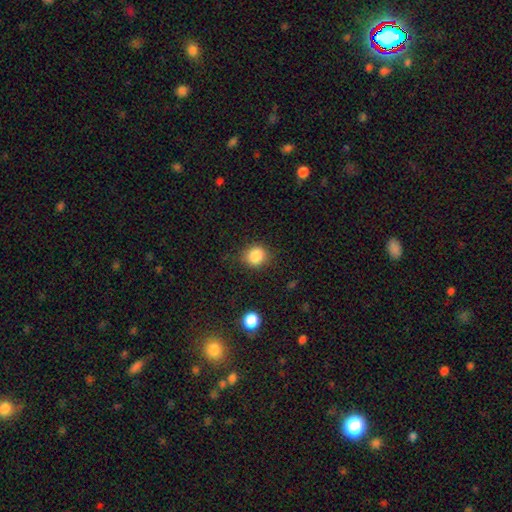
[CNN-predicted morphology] Smooth or featured?
  - smooth: 85% *
  - star or artifact: 10%
  - featured or disk: 5%
How rounded?
  - round: 77% *
  - in between: 22%
  - cigar-shaped: 1%
Merging?
  - none: 81% *
  - minor disturbance: 14%
  - major disturbance: 4%
  - merger: 2%